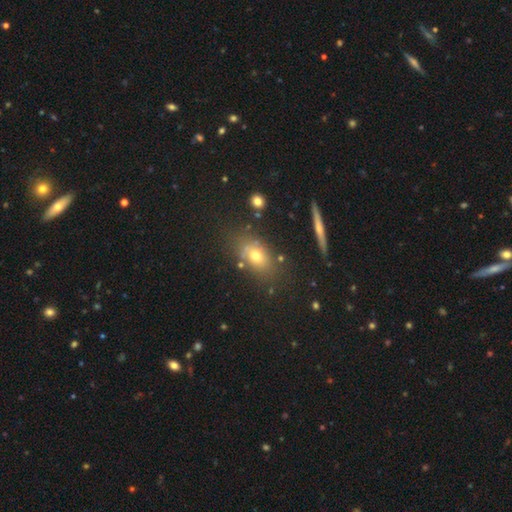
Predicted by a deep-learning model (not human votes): A smooth galaxy with no disk features (60%) that is in between round and cigar-shaped (68%). Merging: none (77%).